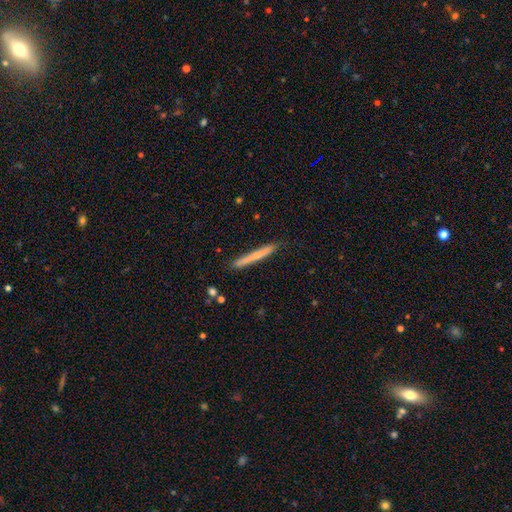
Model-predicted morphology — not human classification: Smooth or featured: smooth — 60% (featured or disk — 34%)
How rounded: cigar-shaped — 97% (in between — 2%)
Merging: none — 85% (minor disturbance — 12%)